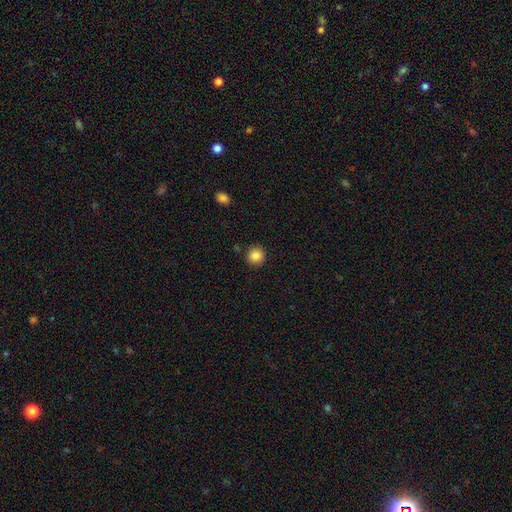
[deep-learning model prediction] Morphology: type=smooth (86%); roundness=round (93%); merging=none (89%).